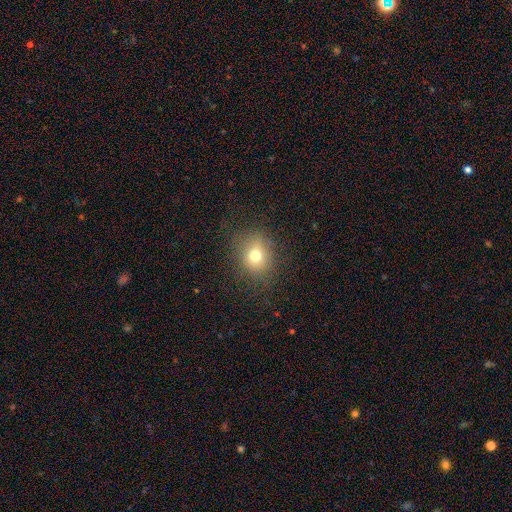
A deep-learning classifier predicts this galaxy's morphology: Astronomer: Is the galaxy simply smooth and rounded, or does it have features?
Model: smooth — 72%.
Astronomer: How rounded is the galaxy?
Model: round — 69%.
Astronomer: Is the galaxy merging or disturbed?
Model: none — 80%.